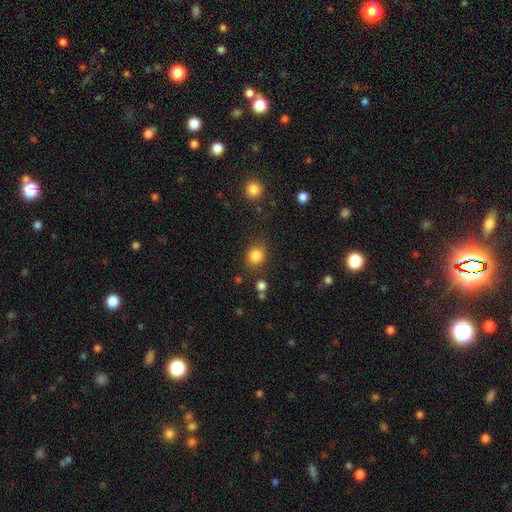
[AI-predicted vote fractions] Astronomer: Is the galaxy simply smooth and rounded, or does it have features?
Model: smooth — 85%.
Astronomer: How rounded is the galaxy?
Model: round — 70%.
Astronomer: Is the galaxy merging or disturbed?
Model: none — 81%.